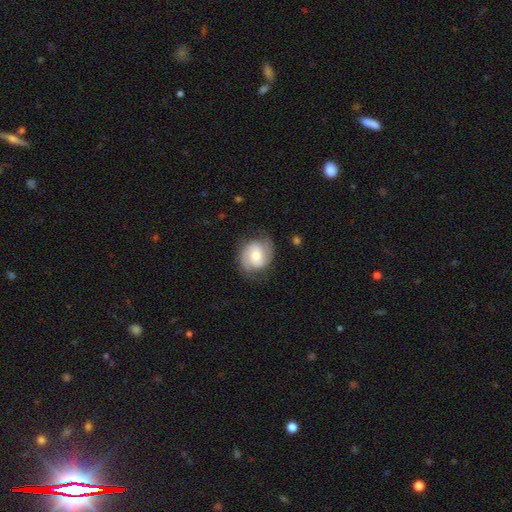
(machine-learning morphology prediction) Smooth or featured?
  - featured or disk: 67% *
  - smooth: 27%
  - star or artifact: 6%
Edge-on disk?
  - no: 97% *
  - yes: 3%
Bar?
  - no: 49% *
  - weak: 39%
  - strong: 12%
Spiral arms?
  - yes: 90% *
  - no: 10%
Spiral winding?
  - medium: 45% *
  - tight: 35%
  - loose: 20%
Spiral arm count?
  - 2: 85% *
  - can't tell: 8%
  - 1: 3%
  - 3: 2%
  - 4: 1%
  - more than 4: 1%
Bulge size?
  - moderate: 67% *
  - small: 25%
  - large: 6%
  - none: 1%
  - dominant: 1%
Merging?
  - none: 74% *
  - minor disturbance: 18%
  - major disturbance: 7%
  - merger: 1%